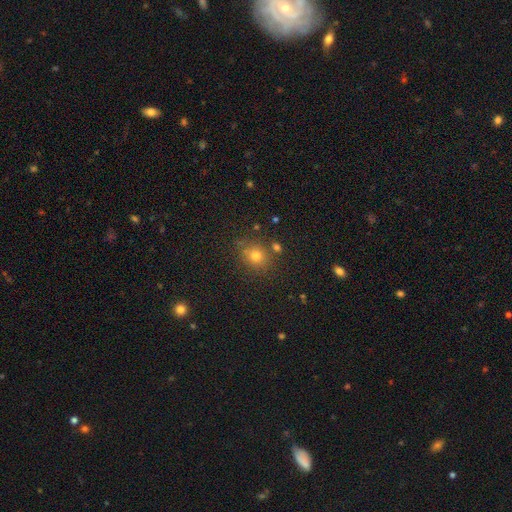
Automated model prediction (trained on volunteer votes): The model was most divided on "smooth or featured": smooth: 71%, star or artifact: 20%, featured or disk: 9%. More confident: how rounded — round (80%); merging — none (78%).